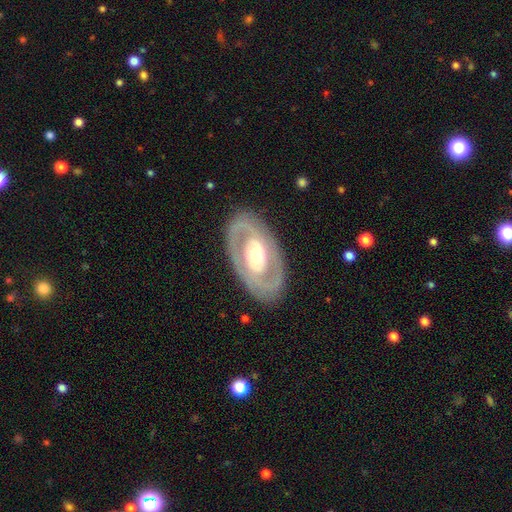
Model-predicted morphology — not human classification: smooth-or-featured: featured or disk: 78% | smooth: 18% | star or artifact: 4%
  disk-edge-on: no: 92% | yes: 8%
    bar: no: 61% | weak: 25% | strong: 14%
    has-spiral-arms: yes: 56% | no: 44%
    bulge-size: moderate: 66% | large: 21% | small: 10% | dominant: 2% | none: 1%
  merging: none: 84% | minor disturbance: 11% | major disturbance: 5% | merger: 1%